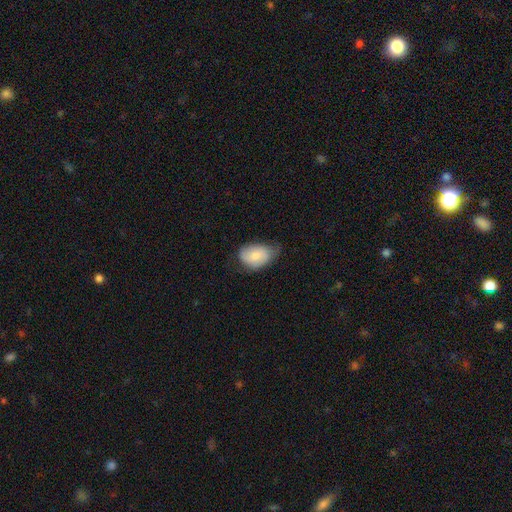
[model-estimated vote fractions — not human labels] A smooth galaxy with no disk features (69%) that is in between round and cigar-shaped (83%).

Vote fractions:
- Smooth or featured? smooth: 69% / featured or disk: 24% / star or artifact: 7%
- How rounded? in between: 83% / round: 16% / cigar-shaped: 1%
- Merging? minor disturbance: 44% / none: 41% / major disturbance: 13% / merger: 1%